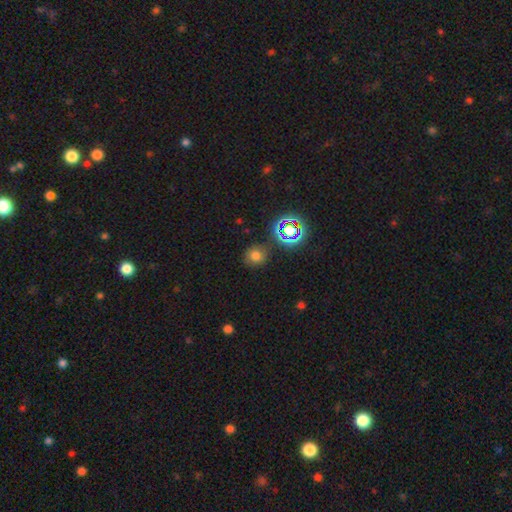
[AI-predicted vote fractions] Morphology: type=smooth (68%); roundness=round (79%); merging=none (78%).